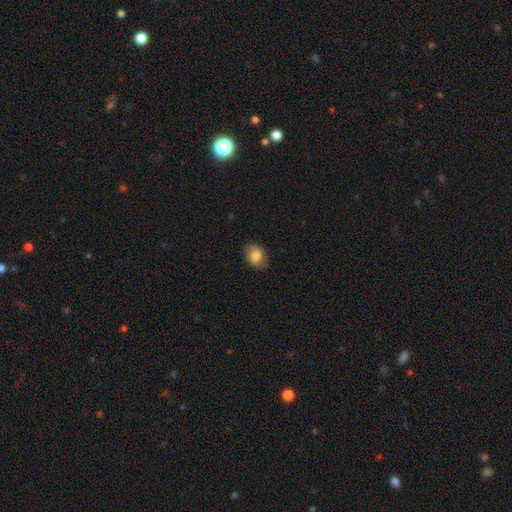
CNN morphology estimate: smooth 83%, featured or disk 9%, star or artifact 8%. Down the decision tree: how rounded — in between (61%); merging — none (84%).